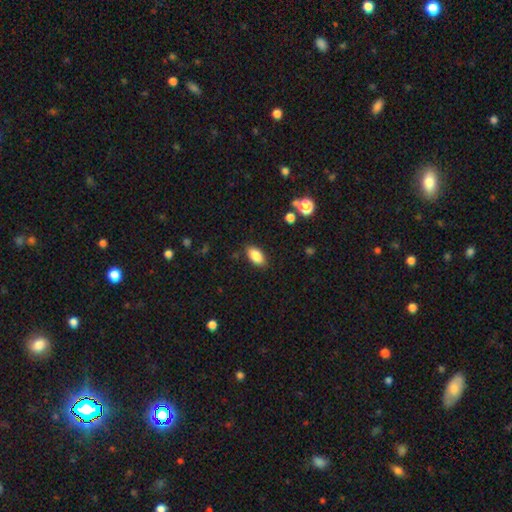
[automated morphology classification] Q: Smooth or featured?
A: smooth (87%); runner-up: star or artifact (8%)
Q: How rounded?
A: in between (92%); runner-up: round (5%)
Q: Merging?
A: none (85%); runner-up: minor disturbance (11%)